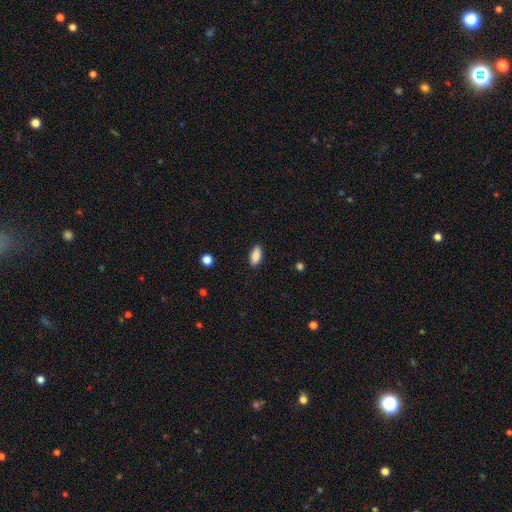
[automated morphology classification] Smooth or featured? smooth (88%)
How rounded? in between (87%)
Merging? none (87%)